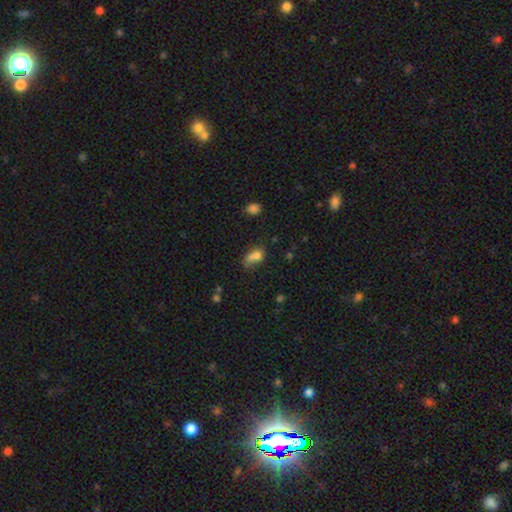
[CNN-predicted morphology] A smooth galaxy with no disk features (73%) that is in between round and cigar-shaped (75%).

Vote fractions:
- Smooth or featured? smooth: 73% / star or artifact: 14% / featured or disk: 13%
- How rounded? in between: 75% / round: 21% / cigar-shaped: 4%
- Merging? none: 30% / minor disturbance: 26% / merger: 24% / major disturbance: 21%